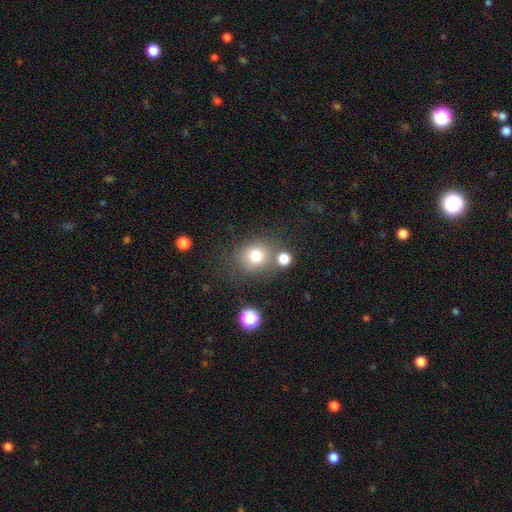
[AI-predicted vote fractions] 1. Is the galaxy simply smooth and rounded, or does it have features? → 76% smooth, 14% star or artifact, 10% featured or disk.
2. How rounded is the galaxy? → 82% round, 17% in between, 1% cigar-shaped.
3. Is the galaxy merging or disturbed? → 67% none, 13% minor disturbance, 13% merger, 6% major disturbance.